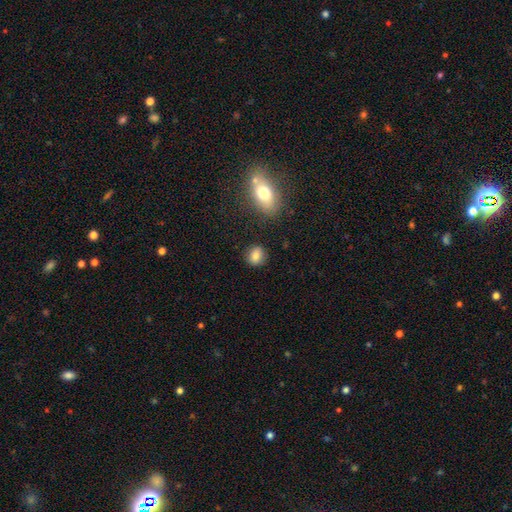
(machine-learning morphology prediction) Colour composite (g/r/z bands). It shows a smooth galaxy with no disk features (83%) that is round (72%). Merging: none (86%).